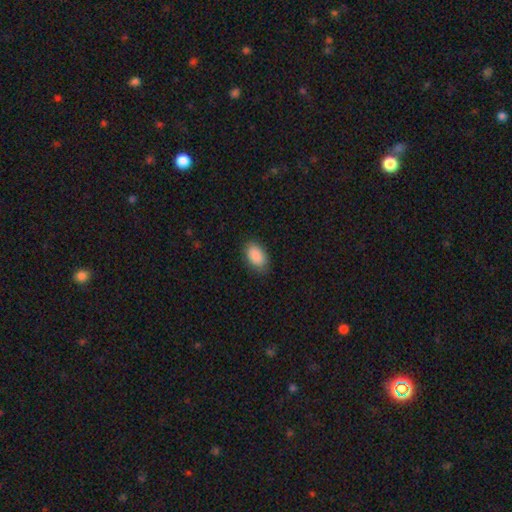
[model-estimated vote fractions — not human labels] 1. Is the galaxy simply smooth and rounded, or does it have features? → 90% smooth, 7% star or artifact, 3% featured or disk.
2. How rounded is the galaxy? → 93% in between, 5% round, 2% cigar-shaped.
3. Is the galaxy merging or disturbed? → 84% none, 12% minor disturbance, 3% major disturbance, 1% merger.